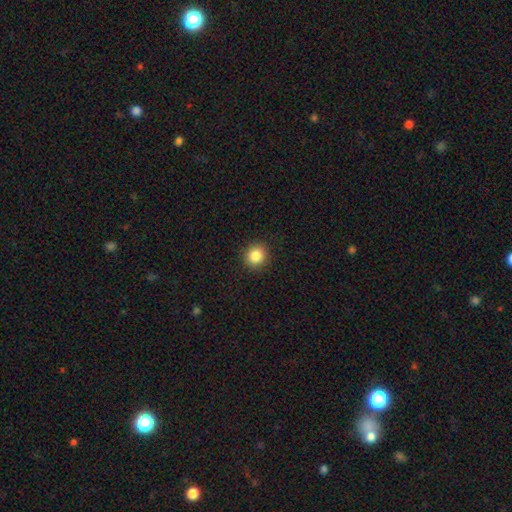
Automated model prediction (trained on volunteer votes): Smooth or featured? smooth (86%)
How rounded? round (87%)
Merging? none (92%)